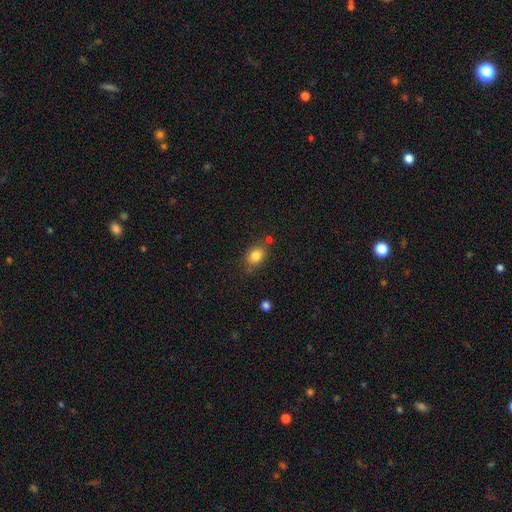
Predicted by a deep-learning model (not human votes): Smooth or featured: smooth — 82% (star or artifact — 10%)
How rounded: in between — 67% (round — 32%)
Merging: none — 73% (minor disturbance — 15%)